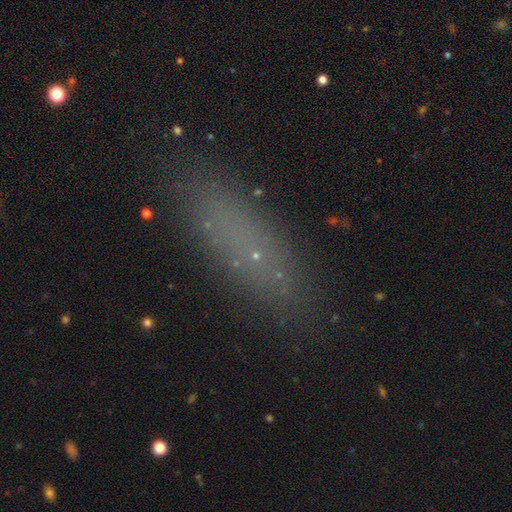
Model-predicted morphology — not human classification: Overall: smooth (59%; featured or disk 21%). How rounded: cigar-shaped (51%; in between 45%). Merging: none (82%).